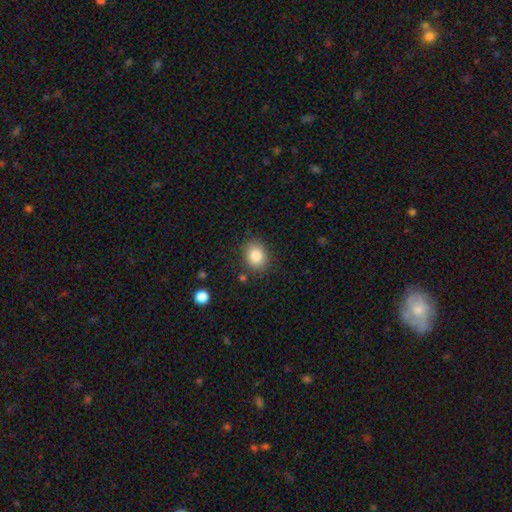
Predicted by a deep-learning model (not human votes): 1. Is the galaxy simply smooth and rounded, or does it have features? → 85% smooth, 9% star or artifact, 7% featured or disk.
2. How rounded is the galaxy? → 55% in between, 44% round, 1% cigar-shaped.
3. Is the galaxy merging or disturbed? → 84% none, 11% minor disturbance, 3% major disturbance, 2% merger.